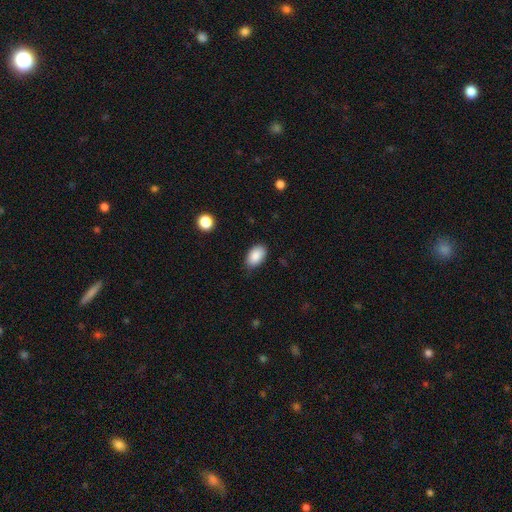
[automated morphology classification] Q: Smooth or featured?
A: smooth (89%); runner-up: star or artifact (7%)
Q: How rounded?
A: in between (93%); runner-up: round (6%)
Q: Merging?
A: none (82%); runner-up: minor disturbance (14%)